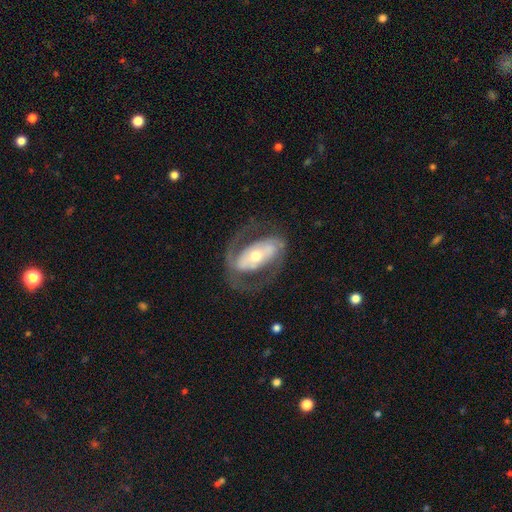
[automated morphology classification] smooth_or_featured: featured or disk (p=0.81) [alt: smooth p=0.14]
disk_edge_on: no (p=0.94) [alt: yes p=0.06]
bar: strong (p=0.42) [alt: no p=0.31]
has_spiral_arms: yes (p=0.80) [alt: no p=0.20]
spiral_winding: medium (p=0.49) [alt: tight p=0.29]
spiral_arm_count: 2 (p=0.84) [alt: can't tell p=0.09]
bulge_size: moderate (p=0.59) [alt: small p=0.32]
merging: none (p=0.66) [alt: major disturbance p=0.18]